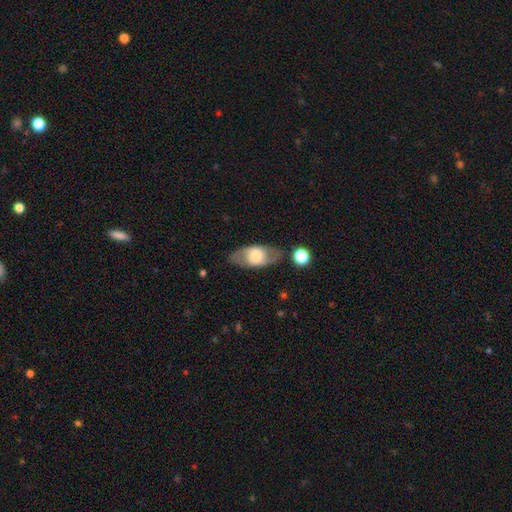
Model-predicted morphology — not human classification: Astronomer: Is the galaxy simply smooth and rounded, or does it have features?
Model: smooth — 48% (runner-up: featured or disk, 45%).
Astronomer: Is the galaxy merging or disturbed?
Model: none — 76%.